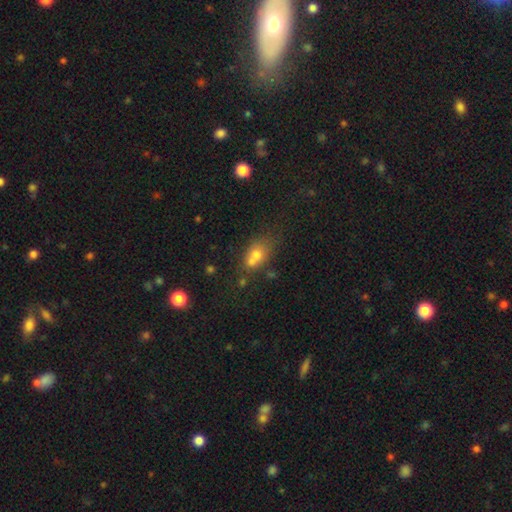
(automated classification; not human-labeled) This is likely a smooth galaxy (66%). How rounded: possibly in between (57%). Merging: possibly merger (48%).